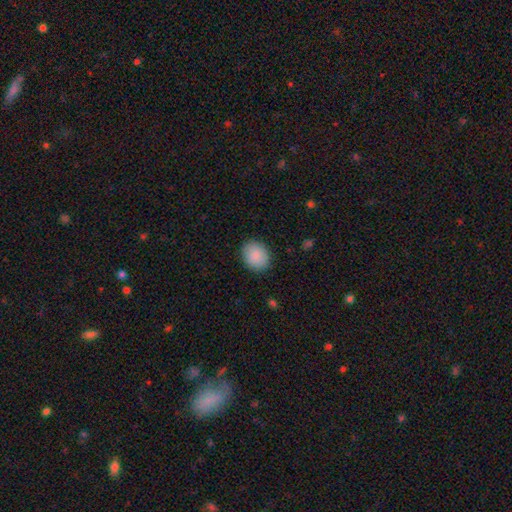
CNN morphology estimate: The model was most divided on "how rounded": round: 56%, in between: 43%, cigar-shaped: 1%. More confident: smooth or featured — smooth (89%); merging — none (88%).